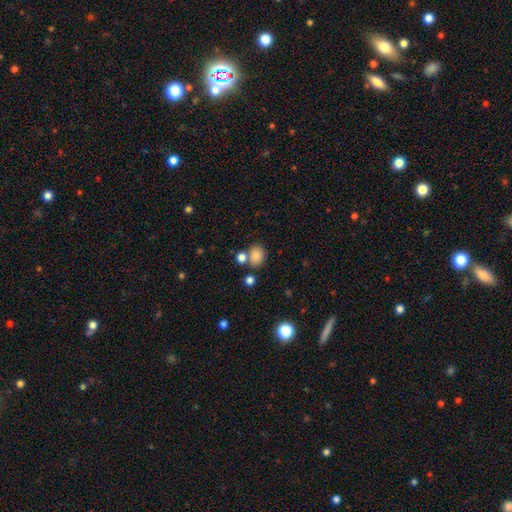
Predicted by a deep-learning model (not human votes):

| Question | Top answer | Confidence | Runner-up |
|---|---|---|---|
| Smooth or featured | smooth | 83% | star or artifact (11%) |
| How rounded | round | 51% | in between (48%) |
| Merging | none | 62% | merger (22%) |